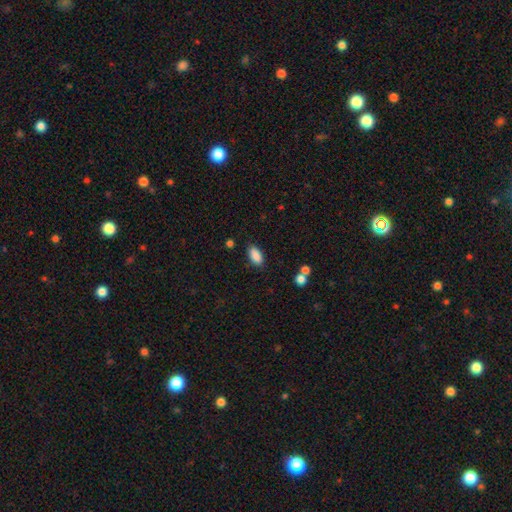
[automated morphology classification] Overall: smooth (88%). How rounded: in between (92%). Merging: none (84%).